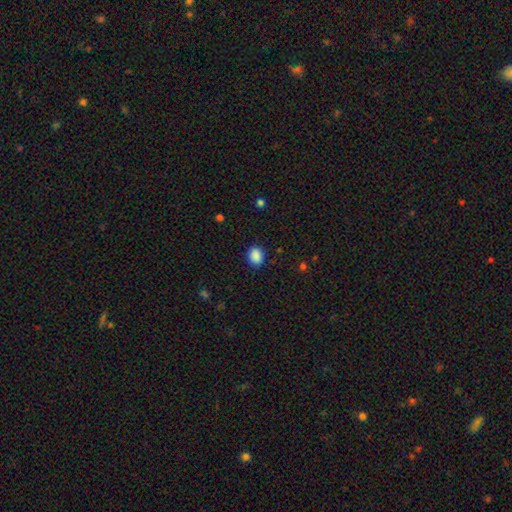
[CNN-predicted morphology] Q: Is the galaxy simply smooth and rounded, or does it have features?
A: smooth — 89%.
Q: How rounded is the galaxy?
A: in between — 56%.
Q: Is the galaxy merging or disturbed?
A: none — 87%.